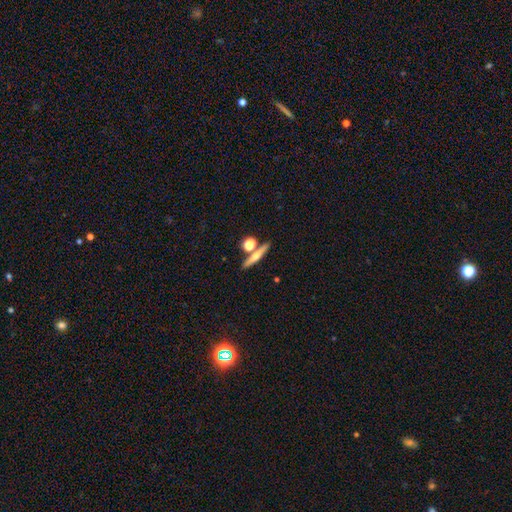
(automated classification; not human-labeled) Overall: smooth (51%; featured or disk 40%). How rounded: cigar-shaped (70%). Merging: none (72%).